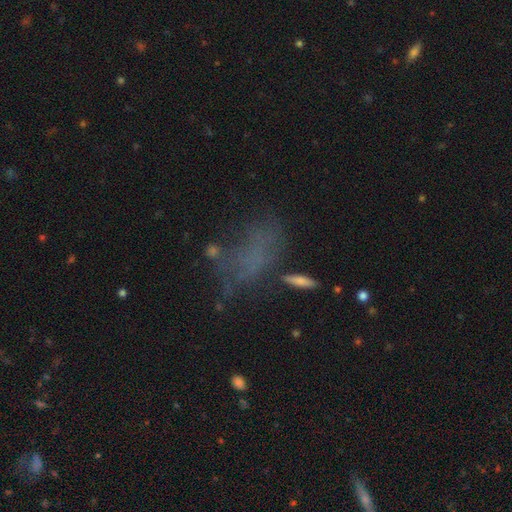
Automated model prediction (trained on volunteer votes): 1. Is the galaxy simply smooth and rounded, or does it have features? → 46% smooth, 28% star or artifact, 26% featured or disk.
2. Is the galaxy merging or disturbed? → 38% none, 31% major disturbance, 22% minor disturbance, 9% merger.